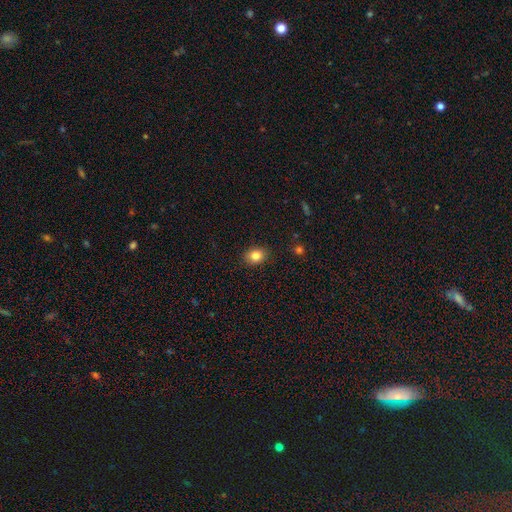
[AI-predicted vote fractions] Overall: smooth (83%). How rounded: in between (53%; round 46%). Merging: none (88%).